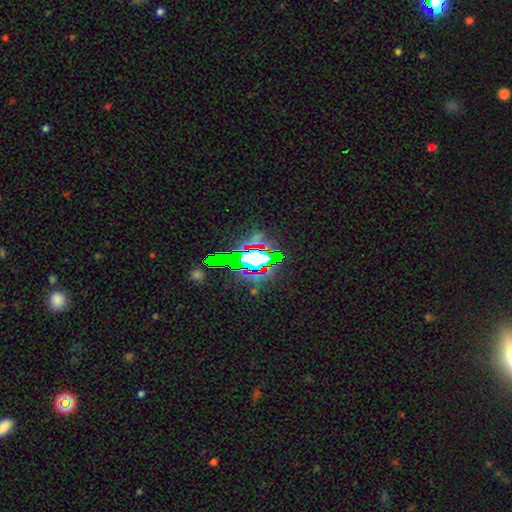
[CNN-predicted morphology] Overall: star or artifact (62%).